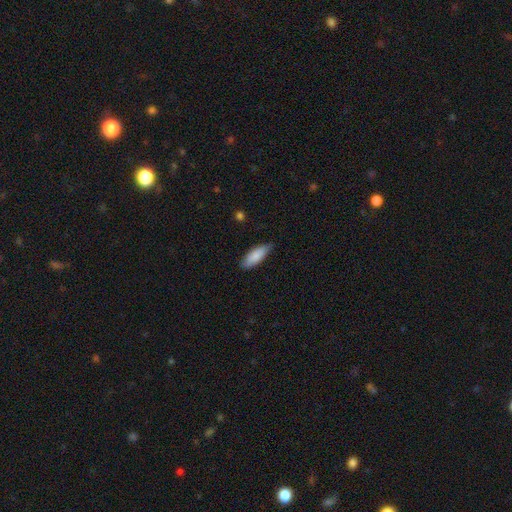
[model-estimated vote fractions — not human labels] This appears to be a smooth galaxy with no disk features (84%) that is in between round and cigar-shaped (70%). Merging: none (73%).